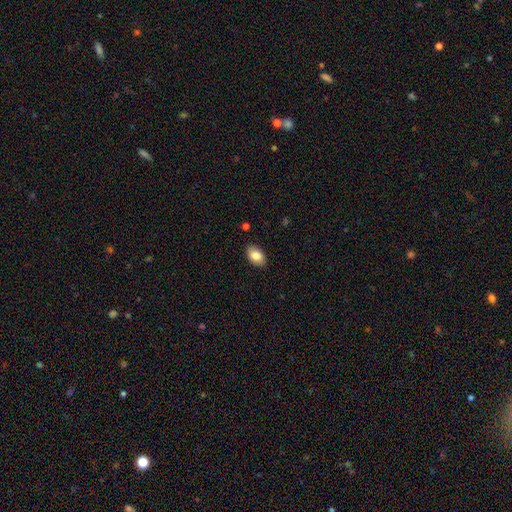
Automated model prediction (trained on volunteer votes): smooth-or-featured: smooth: 84% | featured or disk: 9% | star or artifact: 7%
  how-rounded: in between: 89% | round: 10% | cigar-shaped: 1%
  merging: none: 88% | minor disturbance: 9% | major disturbance: 2% | merger: 1%